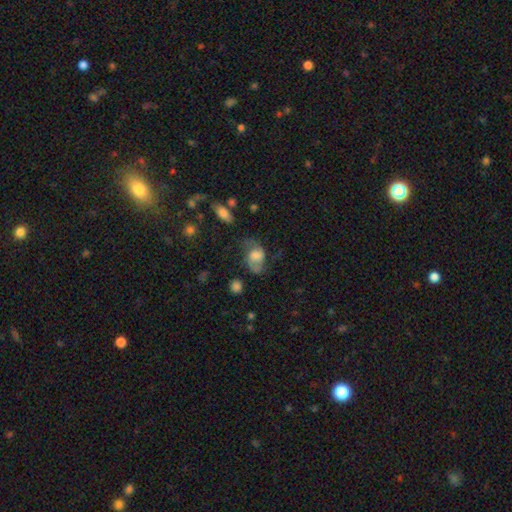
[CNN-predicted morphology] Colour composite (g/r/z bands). It shows a featured or disk galaxy (52%). Merging: none (46%).